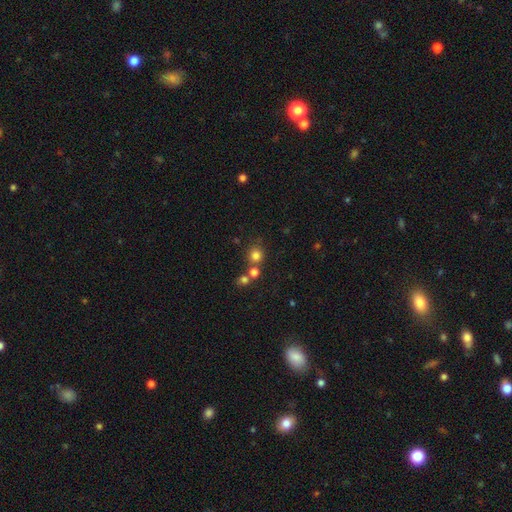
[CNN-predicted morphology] smooth-or-featured: smooth: 78% | star or artifact: 15% | featured or disk: 7%
  how-rounded: round: 87% | in between: 12% | cigar-shaped: 1%
  merging: none: 64% | merger: 23% | minor disturbance: 9% | major disturbance: 4%